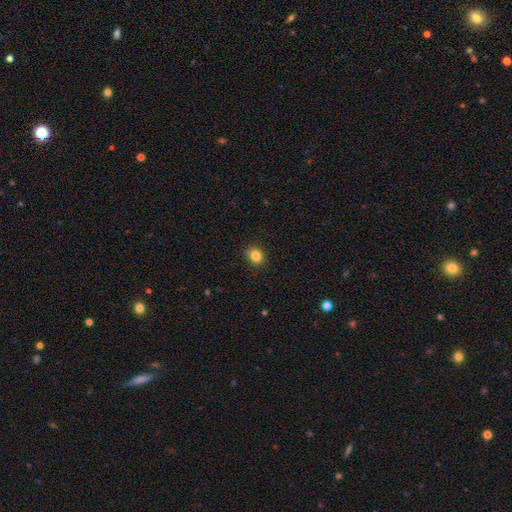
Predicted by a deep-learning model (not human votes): The model was most divided on "how rounded": round: 68%, in between: 31%, cigar-shaped: 1%. More confident: merging — none (85%); smooth or featured — smooth (84%).